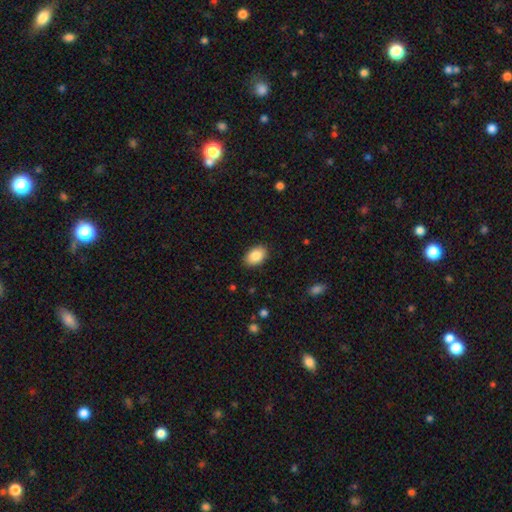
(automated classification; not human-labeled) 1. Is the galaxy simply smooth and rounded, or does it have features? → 87% smooth, 7% star or artifact, 6% featured or disk.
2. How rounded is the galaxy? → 88% in between, 11% round, 1% cigar-shaped.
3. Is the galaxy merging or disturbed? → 89% none, 8% minor disturbance, 2% major disturbance, 1% merger.